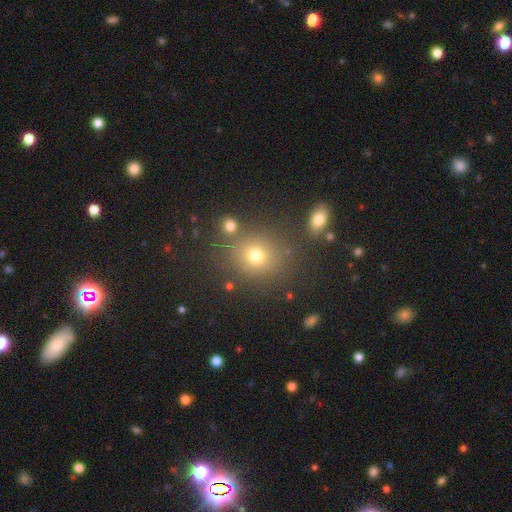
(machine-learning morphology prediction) A smooth galaxy with no disk features (72%) that is round (76%).

Vote fractions:
- Smooth or featured? smooth: 72% / star or artifact: 18% / featured or disk: 10%
- How rounded? round: 76% / in between: 23% / cigar-shaped: 1%
- Merging? none: 78% / minor disturbance: 10% / merger: 8% / major disturbance: 4%